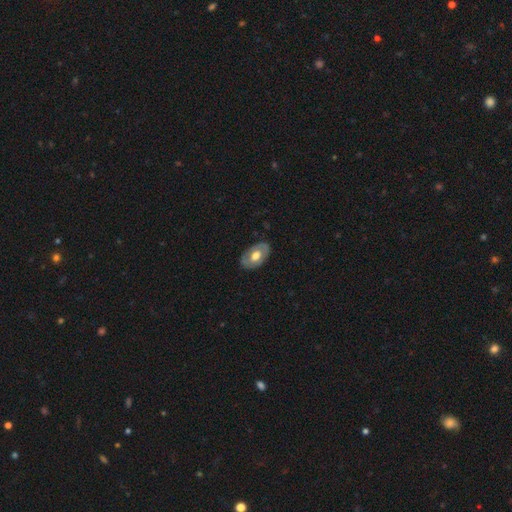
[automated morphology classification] Smooth or featured?
  - featured or disk: 50% *
  - smooth: 44%
  - star or artifact: 6%
Edge-on disk?
  - no: 90% *
  - yes: 10%
Merging?
  - none: 81% *
  - minor disturbance: 15%
  - major disturbance: 4%
  - merger: 1%